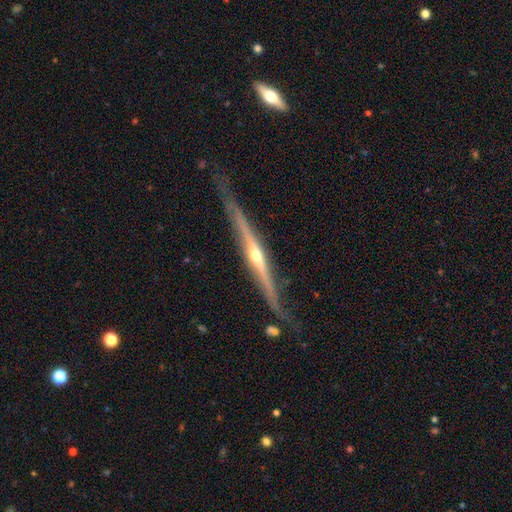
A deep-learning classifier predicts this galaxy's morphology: Q: Smooth or featured?
A: featured or disk (85%); runner-up: smooth (10%)
Q: Edge-on disk?
A: yes (96%); runner-up: no (4%)
Q: Edge-on bulge?
A: rounded (78%); runner-up: none (17%)
Q: Merging?
A: none (73%); runner-up: minor disturbance (19%)